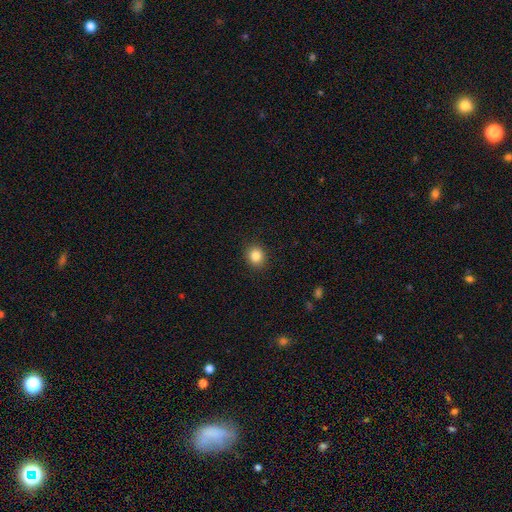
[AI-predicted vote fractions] Smooth or featured? smooth (85%)
How rounded? round (80%)
Merging? none (91%)